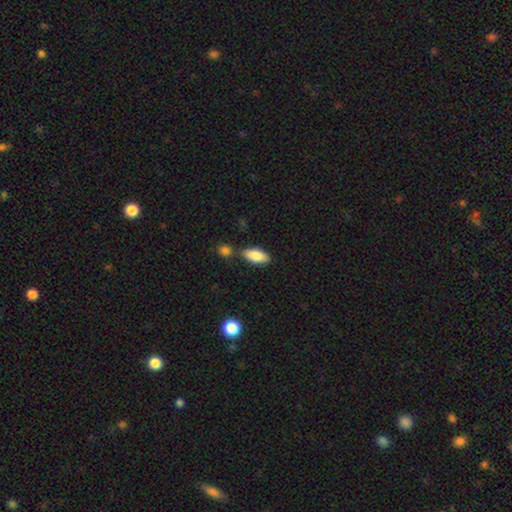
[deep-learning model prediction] This is clearly a smooth galaxy (84%). How rounded: clearly in between (87%). Merging: likely none (72%).